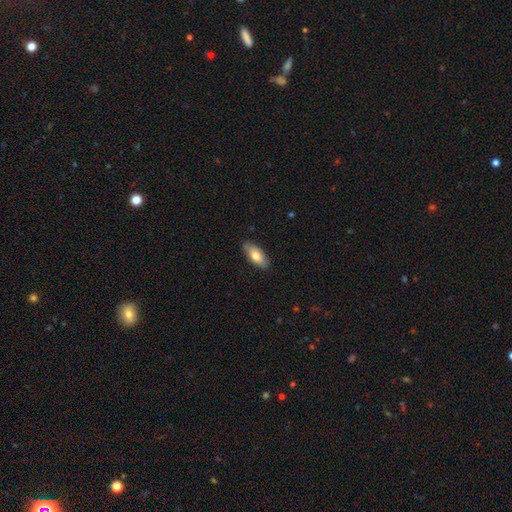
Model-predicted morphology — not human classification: This is likely a smooth galaxy (75%). How rounded: clearly in between (87%). Merging: clearly none (82%).